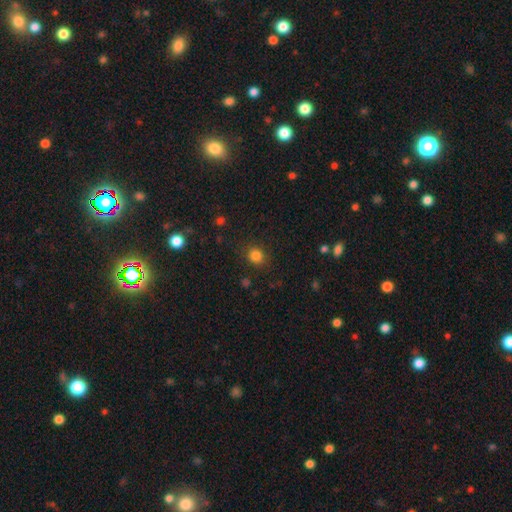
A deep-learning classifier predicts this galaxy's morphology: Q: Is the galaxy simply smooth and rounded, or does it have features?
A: smooth — 82%.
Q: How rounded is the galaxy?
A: round — 76%.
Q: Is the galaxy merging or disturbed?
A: none — 86%.